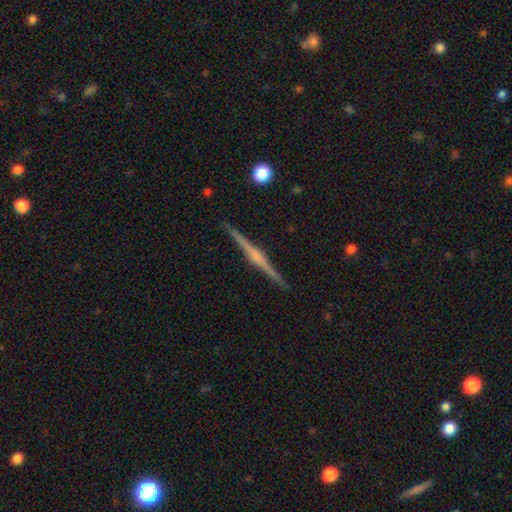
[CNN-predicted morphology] Smooth or featured? Predicted: featured or disk (p=0.81). Edge-on disk? Predicted: yes (p=0.99). Edge-on bulge? Predicted: rounded (p=0.68). Merging? Predicted: none (p=0.92).